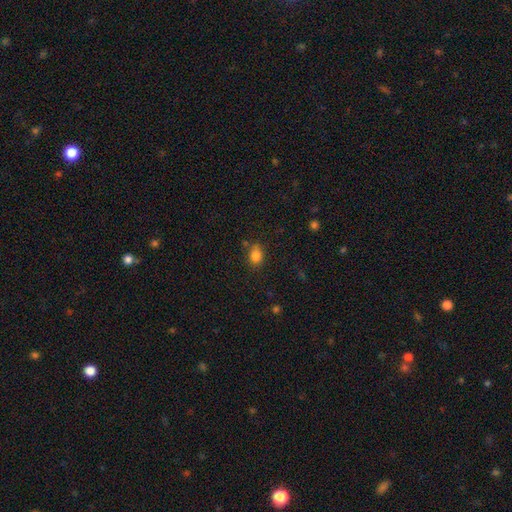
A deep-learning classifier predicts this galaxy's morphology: Smooth or featured?
  - smooth: 83% *
  - star or artifact: 11%
  - featured or disk: 6%
How rounded?
  - in between: 55% *
  - round: 44%
  - cigar-shaped: 1%
Merging?
  - none: 70% *
  - minor disturbance: 19%
  - merger: 6%
  - major disturbance: 5%